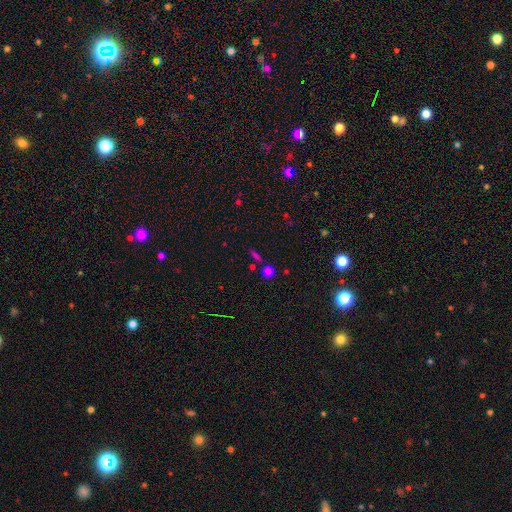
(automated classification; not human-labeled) Overall: smooth (63%; star or artifact 26%). How rounded: round (47%; in between 29%). Merging: none (78%).